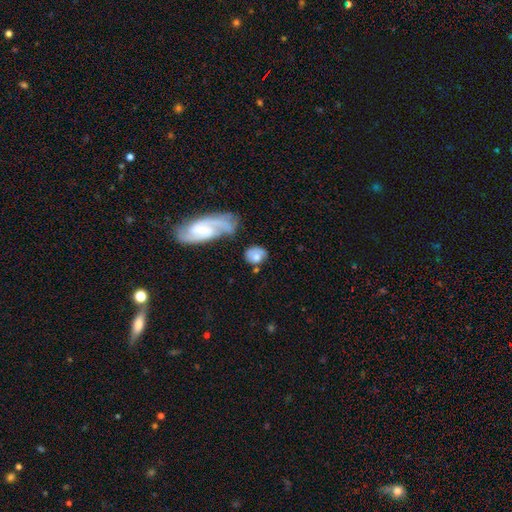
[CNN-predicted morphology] A smooth galaxy with no disk features (60%) that is round (58%).

Vote fractions:
- Smooth or featured? smooth: 60% / featured or disk: 33% / star or artifact: 7%
- How rounded? round: 58% / in between: 40% / cigar-shaped: 2%
- Merging? none: 53% / minor disturbance: 19% / merger: 17% / major disturbance: 11%